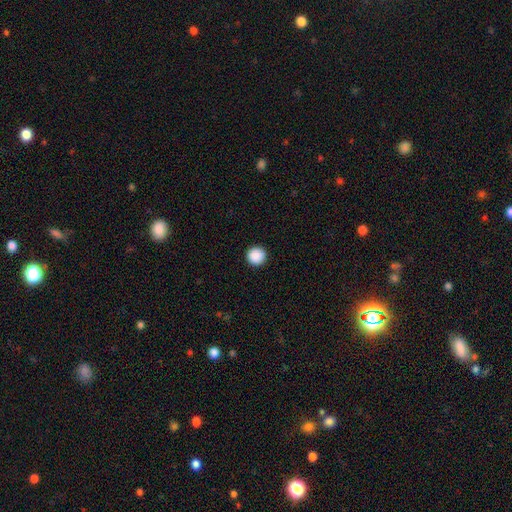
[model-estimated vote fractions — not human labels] The model was most divided on "smooth or featured": smooth: 90%, star or artifact: 8%, featured or disk: 2%. More confident: how rounded — round (96%); merging — none (93%).